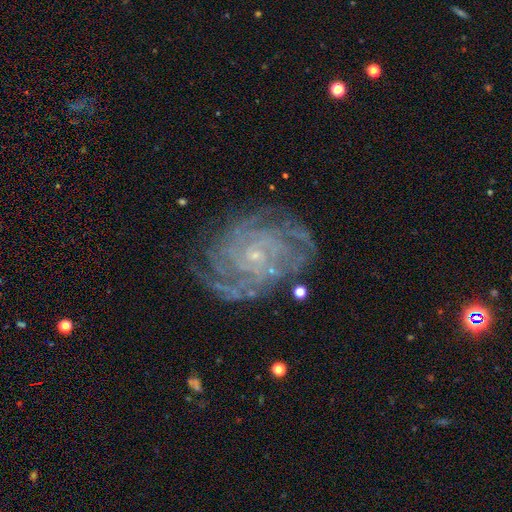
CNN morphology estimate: A featured or disk galaxy (86%) with no bar (74%), tight (74%) spiral arms (96%) and a small central bulge (86%). Merging: none (74%).